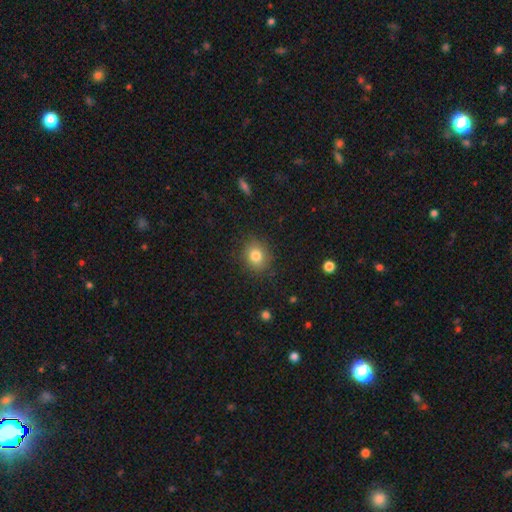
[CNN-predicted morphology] smooth_or_featured: smooth (p=0.81) [alt: star or artifact p=0.11]
how_rounded: round (p=0.72) [alt: in between p=0.27]
merging: none (p=0.84) [alt: minor disturbance p=0.11]